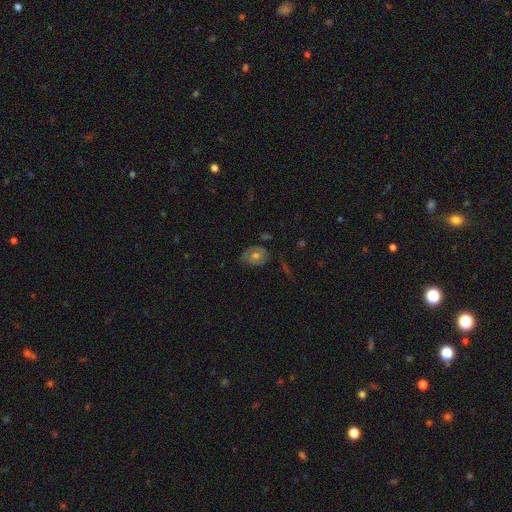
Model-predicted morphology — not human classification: Q: Smooth or featured?
A: smooth (51%); runner-up: featured or disk (37%)
Q: How rounded?
A: in between (62%); runner-up: round (36%)
Q: Merging?
A: none (69%); runner-up: minor disturbance (22%)